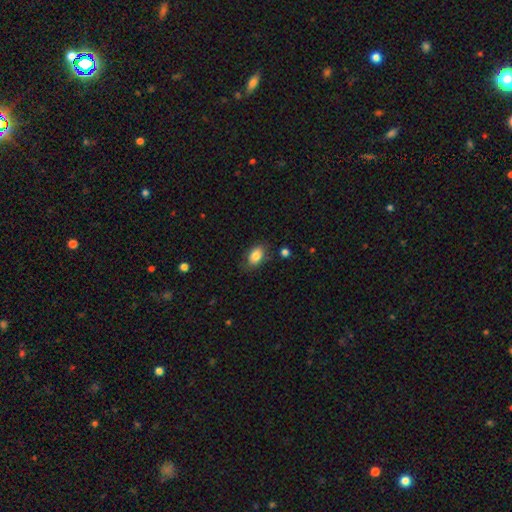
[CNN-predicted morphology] smooth-or-featured: smooth: 84% | featured or disk: 8% | star or artifact: 8%
  how-rounded: in between: 88% | round: 10% | cigar-shaped: 2%
  merging: none: 78% | minor disturbance: 15% | major disturbance: 4% | merger: 2%